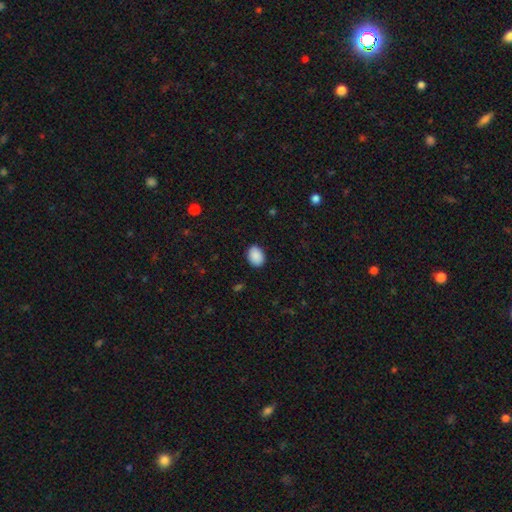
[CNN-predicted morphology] Smooth or featured? smooth (90%)
How rounded? in between (67%)
Merging? none (88%)